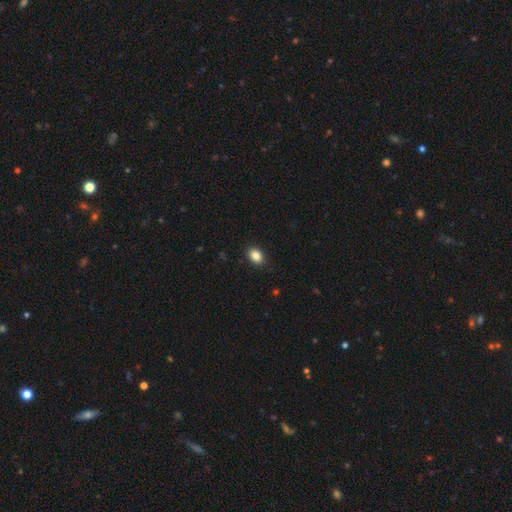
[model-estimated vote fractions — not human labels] A smooth galaxy with no disk features (87%) that is in between round and cigar-shaped (73%). Merging: none (89%).